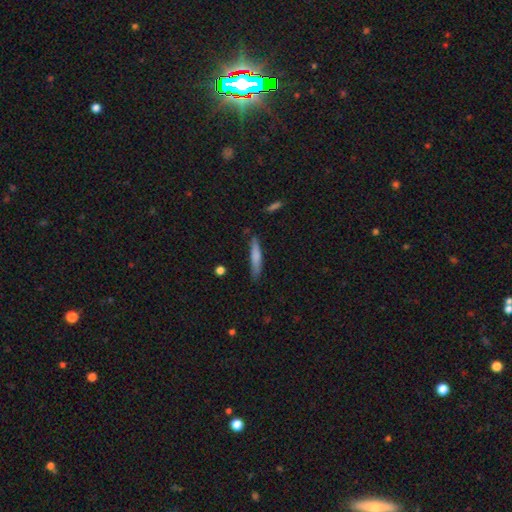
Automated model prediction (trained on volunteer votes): Smooth or featured? Predicted: smooth (p=0.74). How rounded? Predicted: cigar-shaped (p=0.90). Merging? Predicted: none (p=0.78).